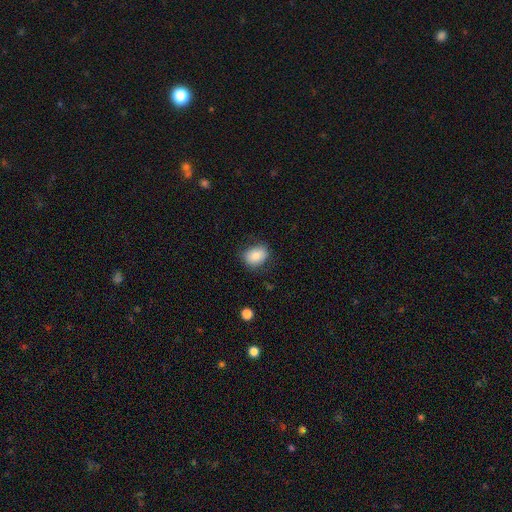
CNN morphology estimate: Smooth or featured?
  - smooth: 82% *
  - featured or disk: 10%
  - star or artifact: 9%
How rounded?
  - in between: 63% *
  - round: 36%
  - cigar-shaped: 1%
Merging?
  - none: 76% *
  - minor disturbance: 18%
  - major disturbance: 5%
  - merger: 1%